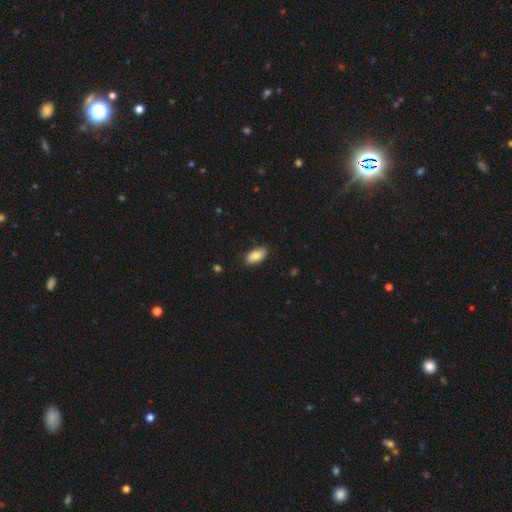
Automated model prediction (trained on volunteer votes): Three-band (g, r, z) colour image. It shows a smooth galaxy with no disk features (84%) that is in between round and cigar-shaped (93%). Merging: none (85%).